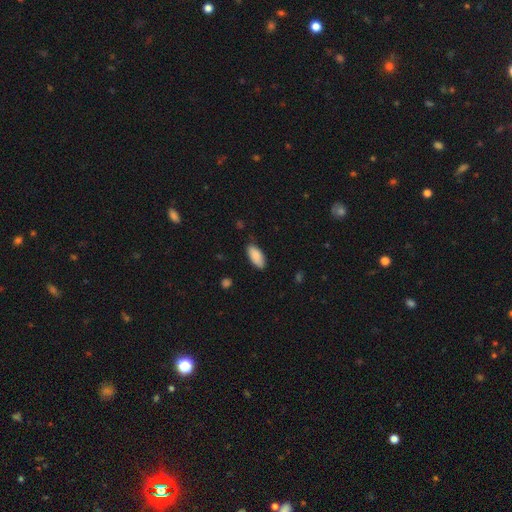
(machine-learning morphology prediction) smooth-or-featured: smooth: 89% | star or artifact: 6% | featured or disk: 5%
  how-rounded: in between: 89% | cigar-shaped: 9% | round: 2%
  merging: none: 79% | minor disturbance: 17% | major disturbance: 3% | merger: 1%